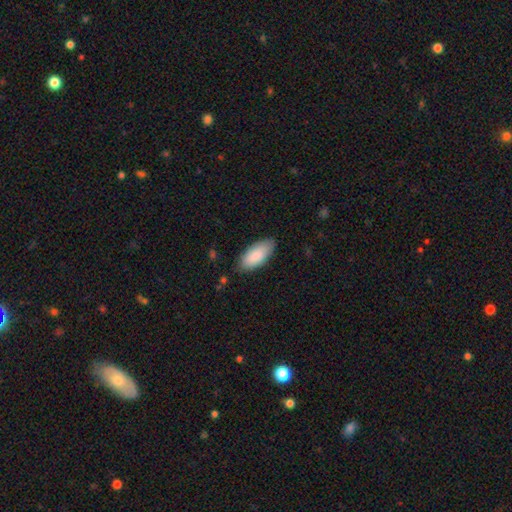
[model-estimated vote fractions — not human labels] The model was most divided on "merging": none: 83%, minor disturbance: 13%, major disturbance: 2%, merger: 1%. More confident: how rounded — in between (88%); smooth or featured — smooth (87%).